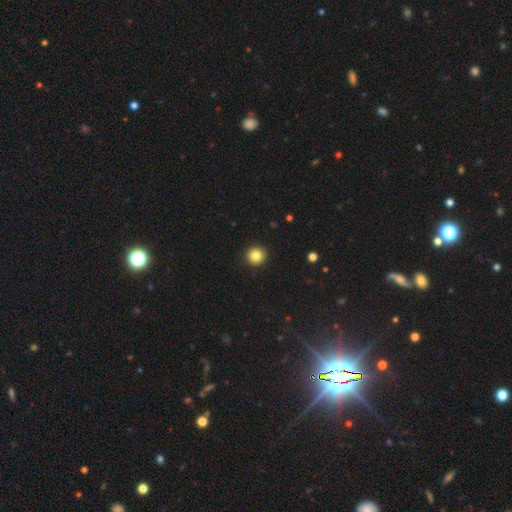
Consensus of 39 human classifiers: smooth 90%, featured or disk 5%, star or artifact 5%. Down the decision tree: how rounded — round (97%); merging — none (95%).